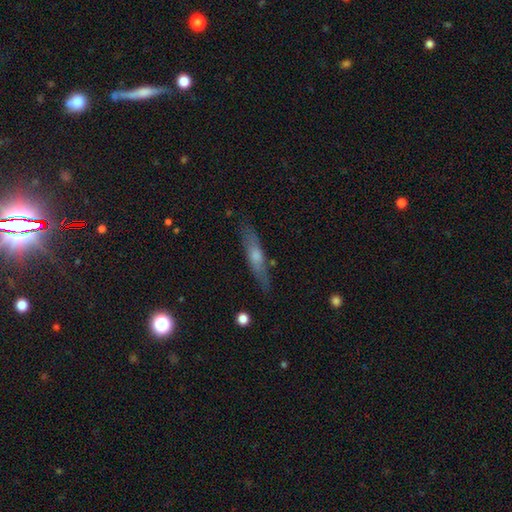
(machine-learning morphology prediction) smooth_or_featured: featured or disk (p=0.53) [alt: smooth p=0.39]
disk_edge_on: yes (p=0.86) [alt: no p=0.14]
merging: none (p=0.84) [alt: minor disturbance p=0.12]